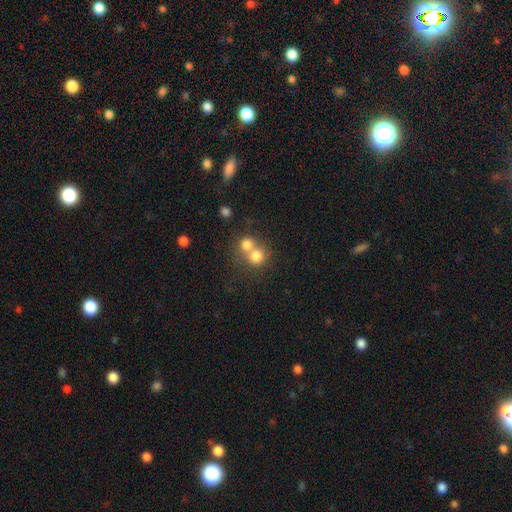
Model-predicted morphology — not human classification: Q: Smooth or featured?
A: smooth (76%); runner-up: featured or disk (13%)
Q: How rounded?
A: round (84%); runner-up: in between (15%)
Q: Merging?
A: merger (57%); runner-up: none (35%)